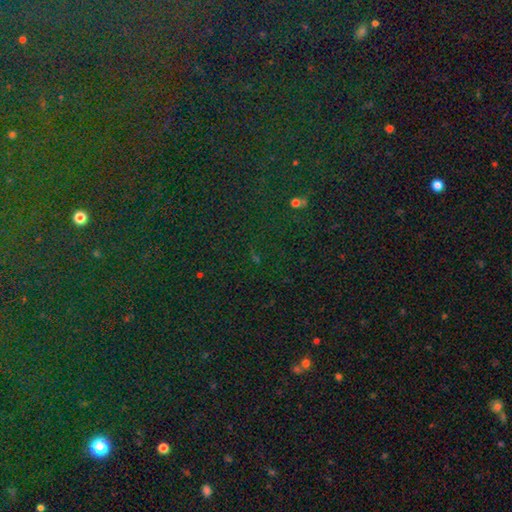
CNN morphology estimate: Smooth or featured?
  - star or artifact: 82% *
  - smooth: 11%
  - featured or disk: 7%